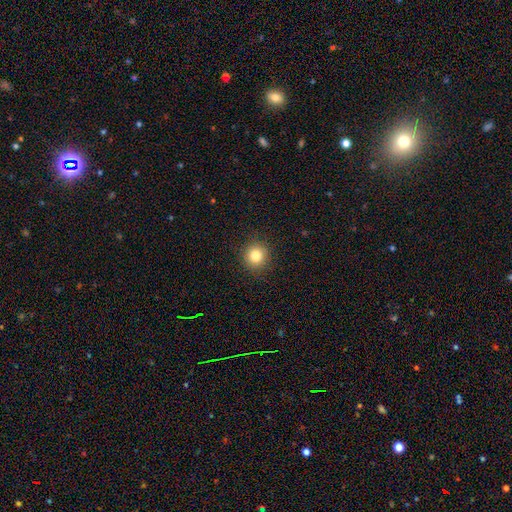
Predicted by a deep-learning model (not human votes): Overall: smooth (82%). How rounded: round (92%). Merging: none (91%).